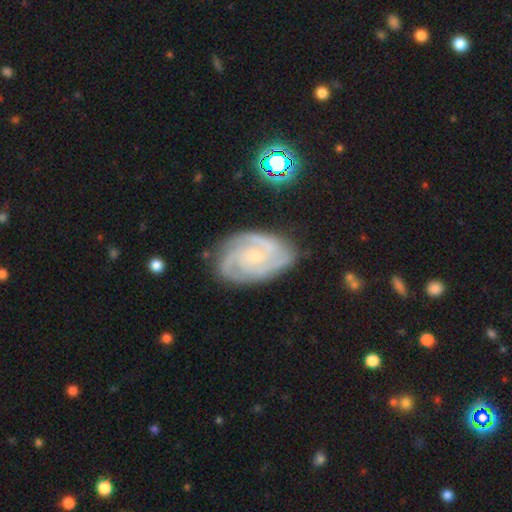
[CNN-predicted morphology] featured or disk 87%, smooth 8%, star or artifact 6%. Down the decision tree: edge-on disk — no (97%); bar — no (67%); spiral arms — yes (98%); spiral arm count — 3 (42%); spiral winding — tight (60%); bulge size — small (77%); merging — none (75%).